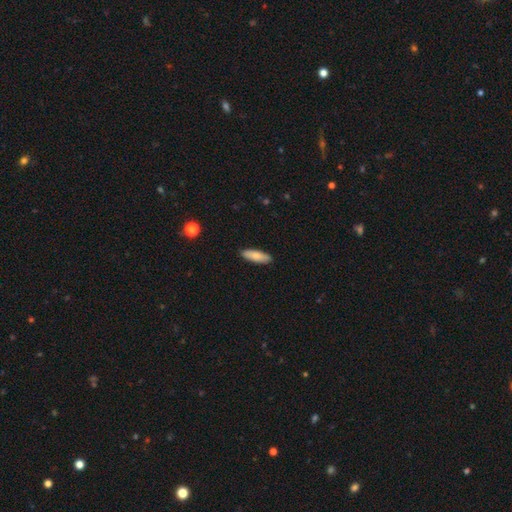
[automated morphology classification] The model was most divided on "how rounded": cigar-shaped: 52%, in between: 46%, round: 2%. More confident: merging — none (90%); smooth or featured — smooth (84%).